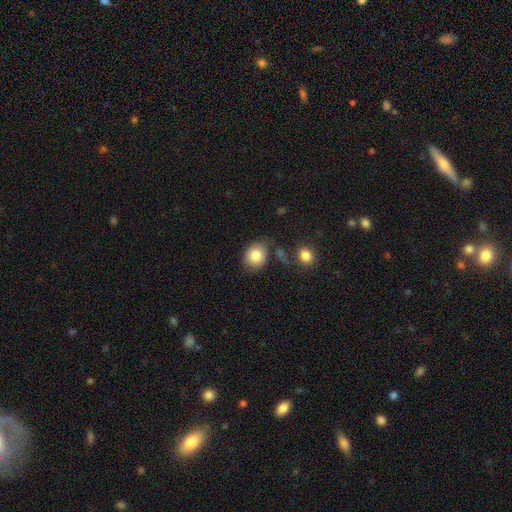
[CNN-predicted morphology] This appears to be a smooth galaxy with no disk features (83%) that is round (66%). Merging: none (67%).